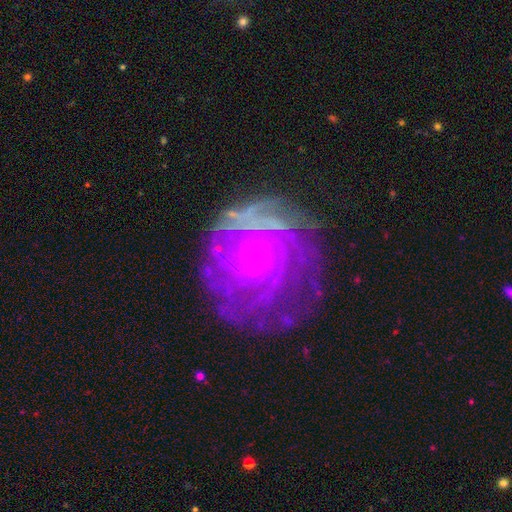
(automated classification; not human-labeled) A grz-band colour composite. It shows a featured or disk galaxy (83%) with no bar (76%), tight (78%) spiral arms (95%) and a small central bulge (88%). Merging: none (68%).